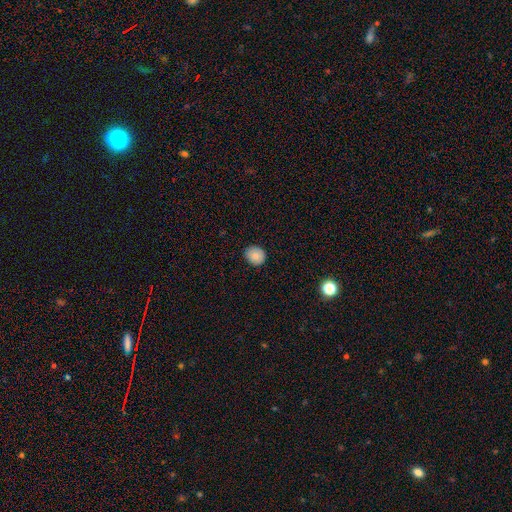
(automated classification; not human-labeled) Overall: smooth (85%). How rounded: round (76%). Merging: none (86%).